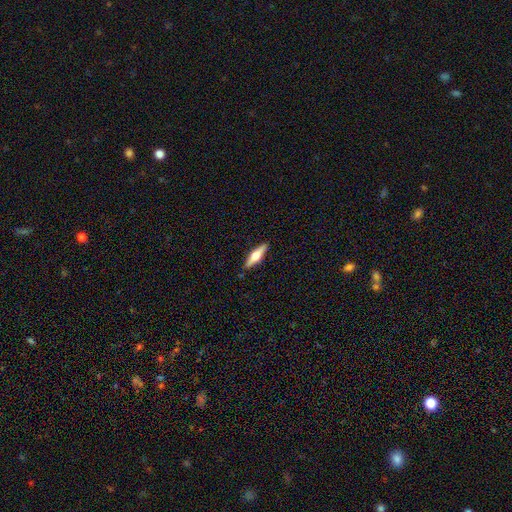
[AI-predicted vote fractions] The model was most divided on "smooth or featured": featured or disk: 55%, smooth: 40%, star or artifact: 5%. More confident: edge-on disk — yes (96%); edge-on bulge — rounded (93%); merging — none (89%).